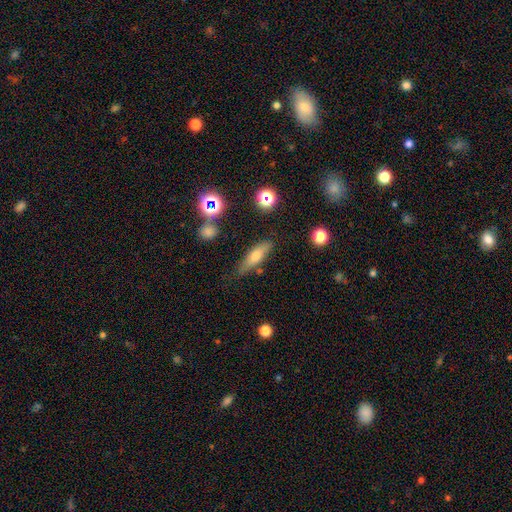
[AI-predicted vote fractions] Smooth or featured? smooth (59%)
How rounded? cigar-shaped (56%)
Merging? none (76%)